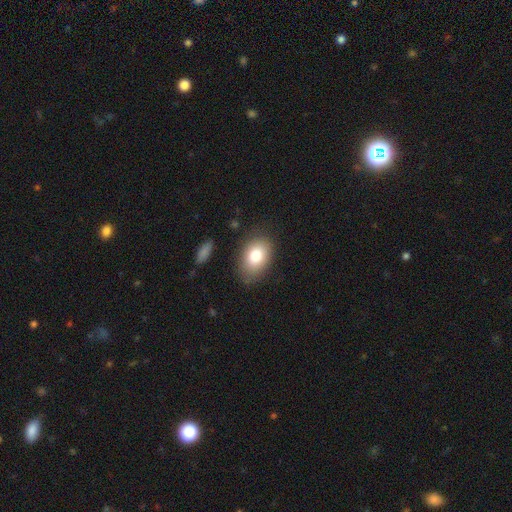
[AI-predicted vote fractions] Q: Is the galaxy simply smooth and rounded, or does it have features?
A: smooth — 79%.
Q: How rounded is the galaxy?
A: in between — 82%.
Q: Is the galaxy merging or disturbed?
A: none — 80%.